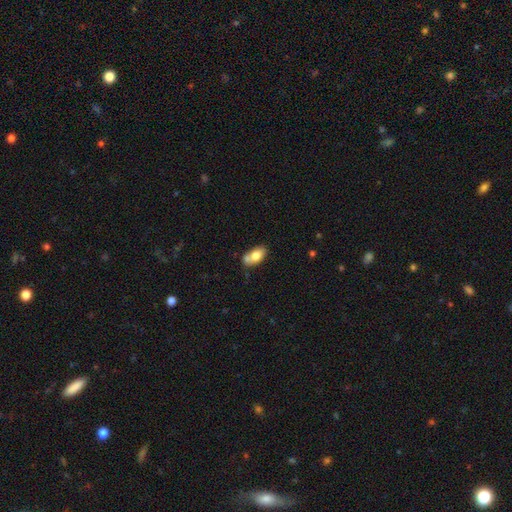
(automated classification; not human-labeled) This appears to be a smooth galaxy with no disk features (75%) that is in between round and cigar-shaped (89%). Merging: none (49%).